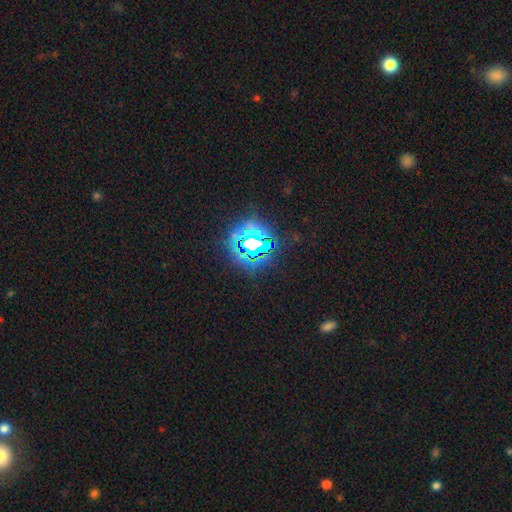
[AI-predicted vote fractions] smooth_or_featured: star or artifact (p=0.77) [alt: smooth p=0.13]